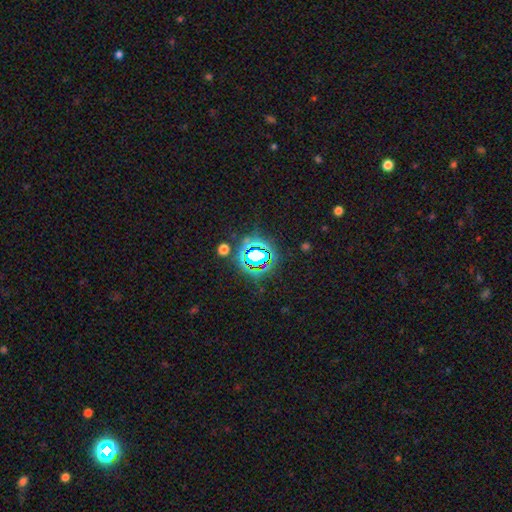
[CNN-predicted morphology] Overall: star or artifact (69%).